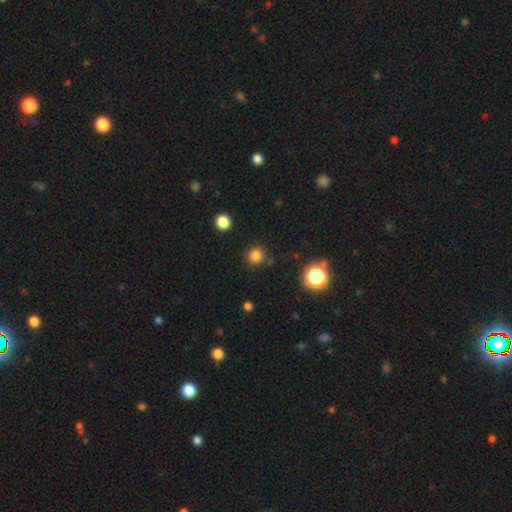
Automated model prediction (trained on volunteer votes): Morphology: type=smooth (80%); roundness=round (93%); merging=none (87%).